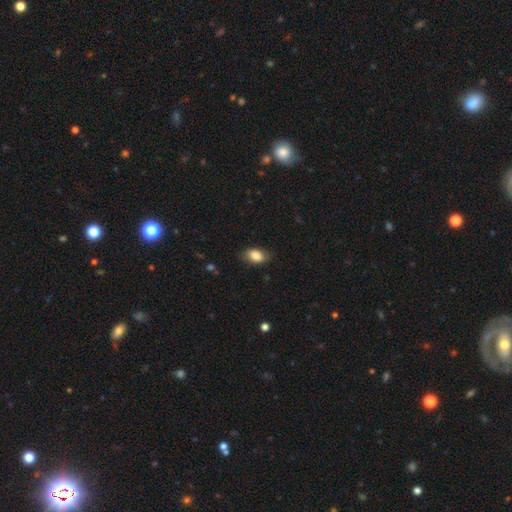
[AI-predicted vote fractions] Smooth or featured?
  - smooth: 83% *
  - featured or disk: 10%
  - star or artifact: 7%
How rounded?
  - in between: 89% *
  - round: 9%
  - cigar-shaped: 2%
Merging?
  - none: 79% *
  - minor disturbance: 17%
  - major disturbance: 4%
  - merger: 1%